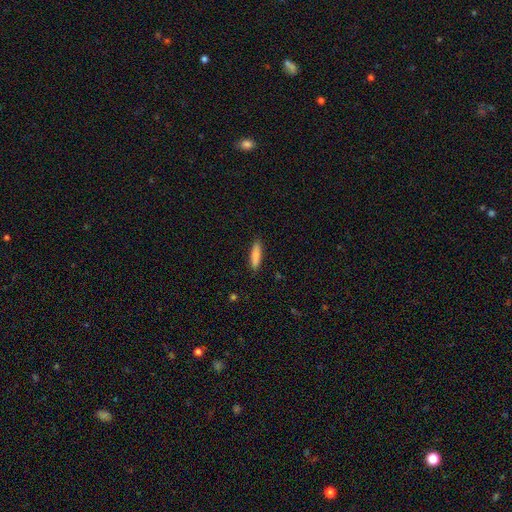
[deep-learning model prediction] Smooth or featured: smooth — 85% (featured or disk — 9%)
How rounded: cigar-shaped — 75% (in between — 23%)
Merging: none — 89% (minor disturbance — 8%)